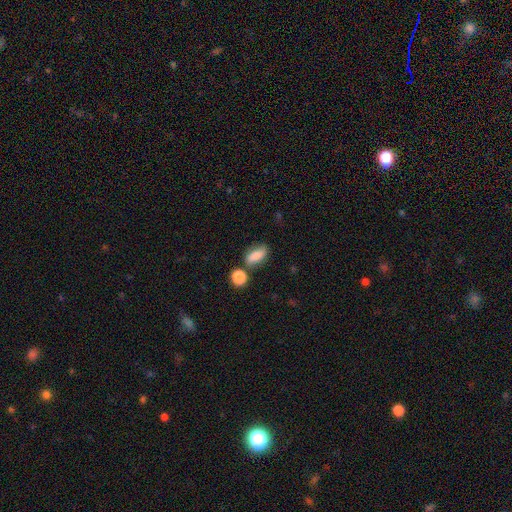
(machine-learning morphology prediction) Q: Smooth or featured?
A: smooth (77%); runner-up: featured or disk (13%)
Q: How rounded?
A: in between (79%); runner-up: cigar-shaped (12%)
Q: Merging?
A: none (63%); runner-up: minor disturbance (19%)